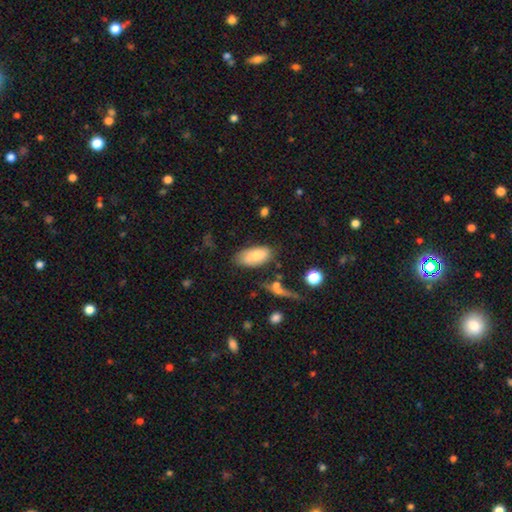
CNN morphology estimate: Smooth or featured: smooth — 79% (featured or disk — 14%)
How rounded: in between — 91% (cigar-shaped — 7%)
Merging: none — 71% (minor disturbance — 20%)